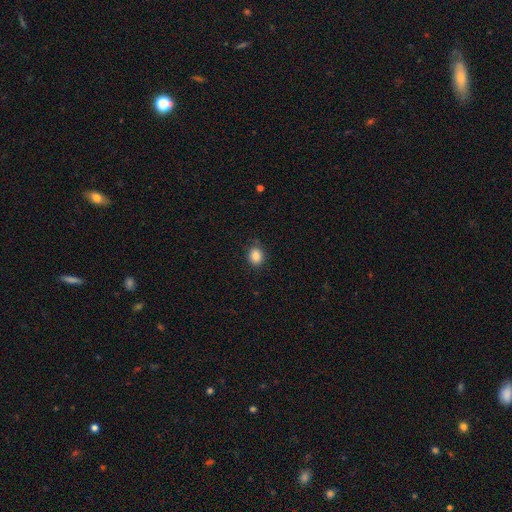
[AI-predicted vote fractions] smooth 85%, star or artifact 10%, featured or disk 5%. Down the decision tree: how rounded — round (65%); merging — none (85%).